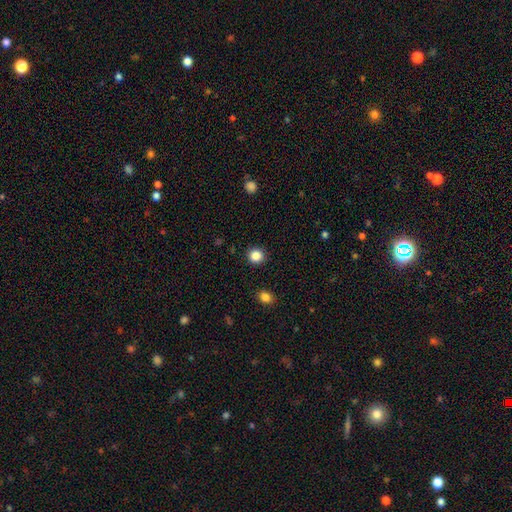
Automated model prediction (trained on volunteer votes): smooth_or_featured: smooth (p=0.86) [alt: star or artifact p=0.11]
how_rounded: round (p=0.90) [alt: in between p=0.09]
merging: none (p=0.92) [alt: minor disturbance p=0.05]